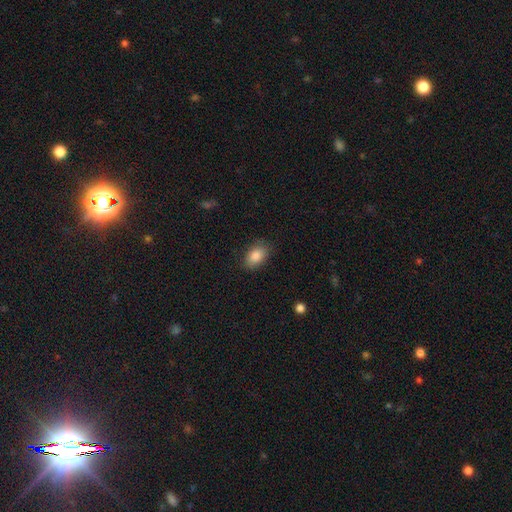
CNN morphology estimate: Smooth or featured? Predicted: smooth (p=0.86). How rounded? Predicted: in between (p=0.86). Merging? Predicted: none (p=0.83).